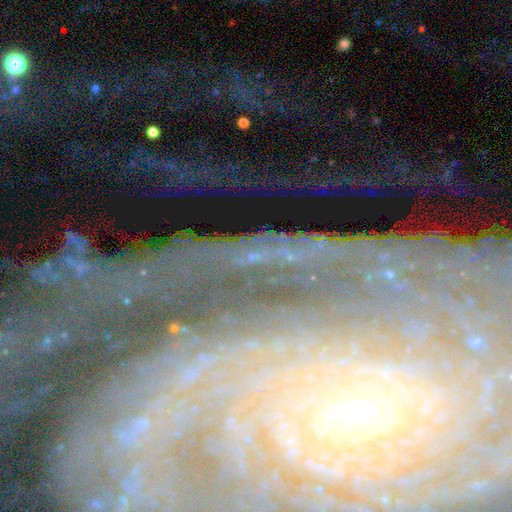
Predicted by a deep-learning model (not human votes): Q: Smooth or featured?
A: star or artifact (62%); runner-up: featured or disk (27%)